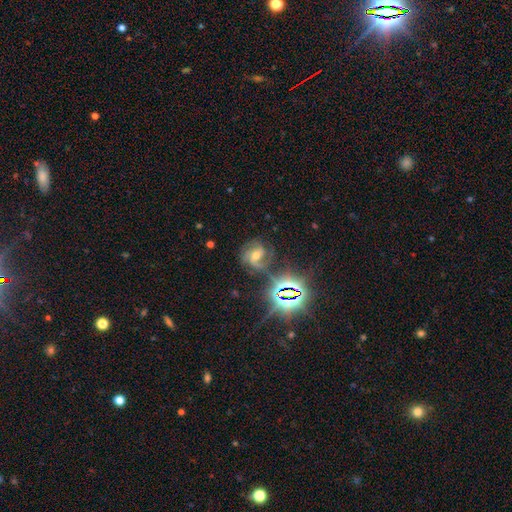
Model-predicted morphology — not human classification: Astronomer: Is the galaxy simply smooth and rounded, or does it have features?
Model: featured or disk — 59%.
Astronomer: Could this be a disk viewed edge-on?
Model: no — 97%.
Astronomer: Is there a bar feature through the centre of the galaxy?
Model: no — 41% (runner-up: weak, 39%).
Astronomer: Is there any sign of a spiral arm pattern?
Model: yes — 94%.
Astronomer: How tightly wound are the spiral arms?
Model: medium — 48% (runner-up: tight, 36%).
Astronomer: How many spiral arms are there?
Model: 2 — 42% (runner-up: 3, 28%).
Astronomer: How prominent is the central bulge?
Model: moderate — 64%.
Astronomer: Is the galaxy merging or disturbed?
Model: none — 65%.